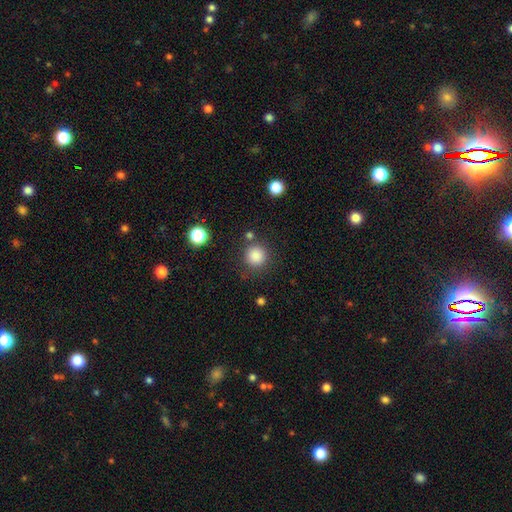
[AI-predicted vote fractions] A smooth galaxy with no disk features (85%) that is round (94%). Merging: none (82%).